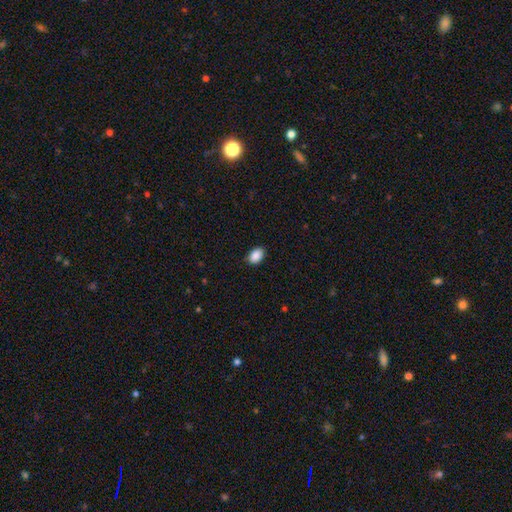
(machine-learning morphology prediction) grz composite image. It shows a smooth galaxy with no disk features (89%) that is in between round and cigar-shaped (87%). Merging: none (88%).